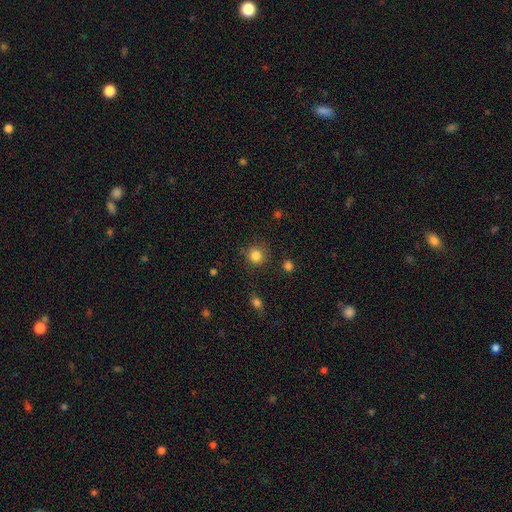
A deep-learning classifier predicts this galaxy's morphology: Smooth or featured? smooth (84%)
How rounded? round (88%)
Merging? none (82%)